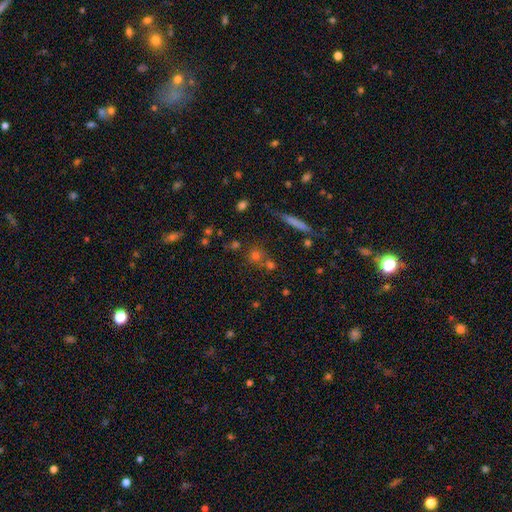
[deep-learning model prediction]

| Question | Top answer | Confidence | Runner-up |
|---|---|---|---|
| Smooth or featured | star or artifact | 41% | smooth (40%) |